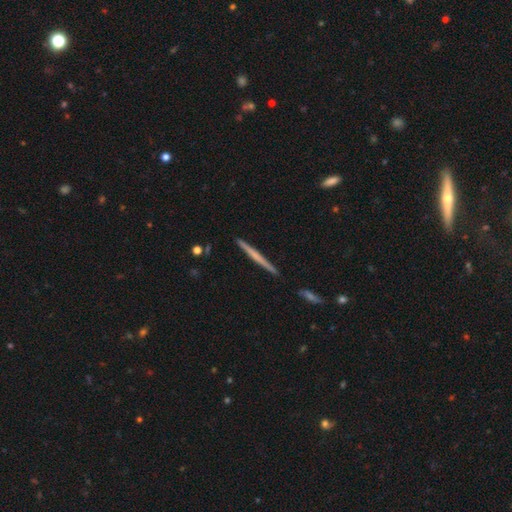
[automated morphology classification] Overall: featured or disk (51%; smooth 43%). Edge-on disk: yes (98%). Edge-on bulge: none (79%). Merging: none (91%).